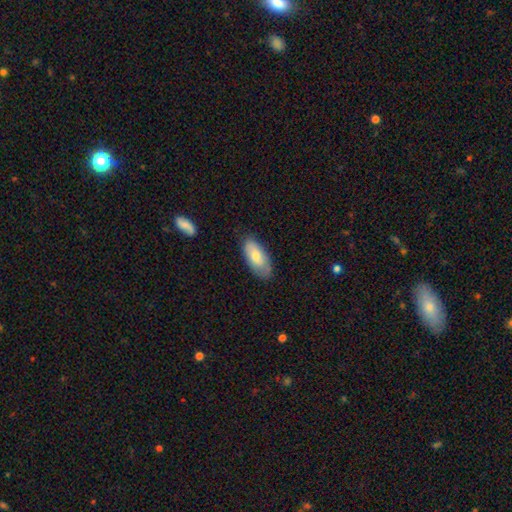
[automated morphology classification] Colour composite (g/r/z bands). It shows a smooth galaxy with no disk features (71%) that is in between round and cigar-shaped (90%). Merging: none (74%).